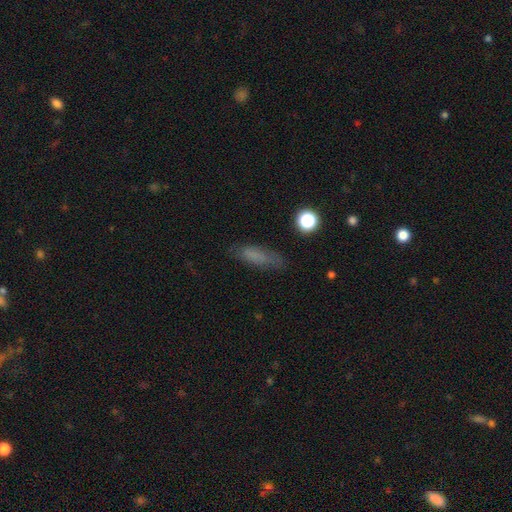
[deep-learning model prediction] Smooth or featured: smooth — 70% (featured or disk — 17%)
How rounded: cigar-shaped — 54% (in between — 42%)
Merging: none — 74% (minor disturbance — 18%)